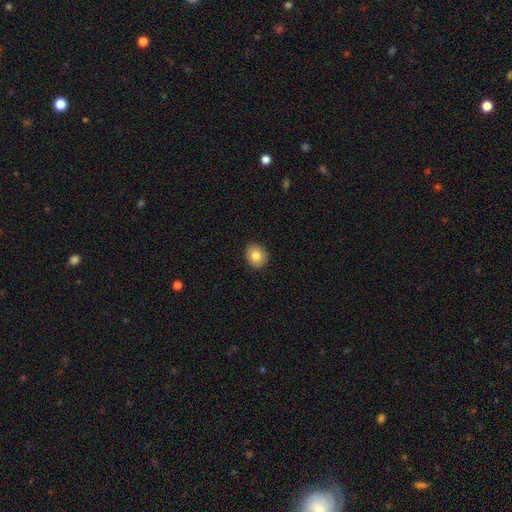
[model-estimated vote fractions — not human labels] This appears to be a smooth galaxy with no disk features (81%) that is round (74%). Merging: none (91%).